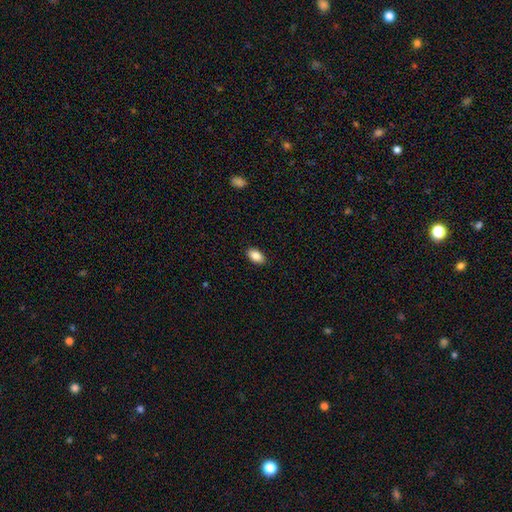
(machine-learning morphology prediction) This is clearly a smooth galaxy (87%). How rounded: clearly in between (92%). Merging: clearly none (89%).